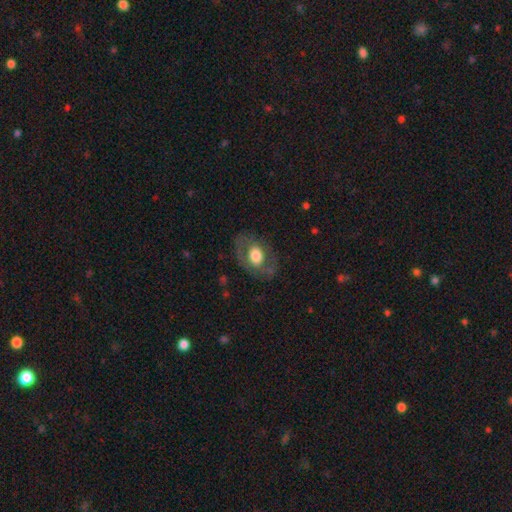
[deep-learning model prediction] A featured or disk galaxy (49%). Merging: none (71%).